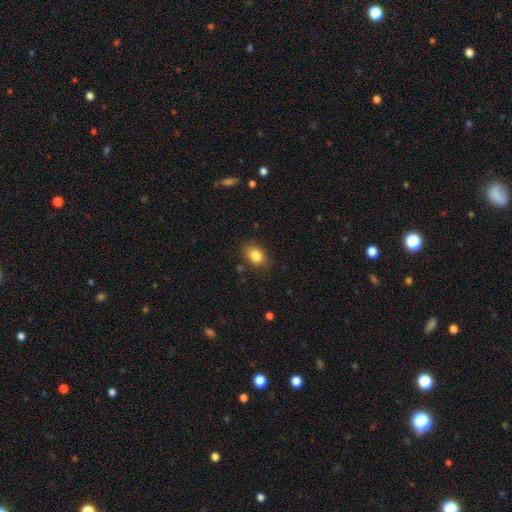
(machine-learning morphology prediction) Smooth or featured? smooth (84%)
How rounded? in between (72%)
Merging? none (82%)